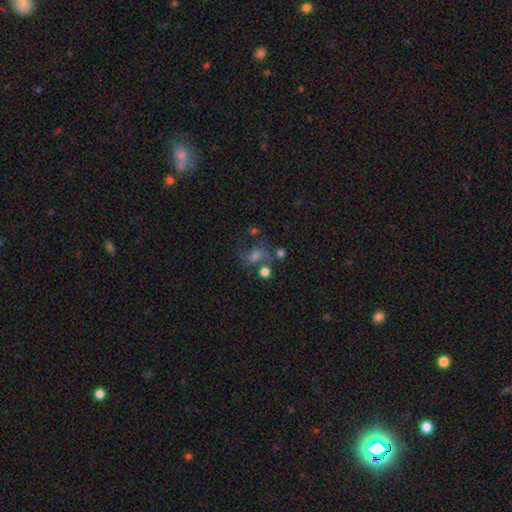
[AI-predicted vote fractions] A featured or disk galaxy (44%). Merging: none (48%).